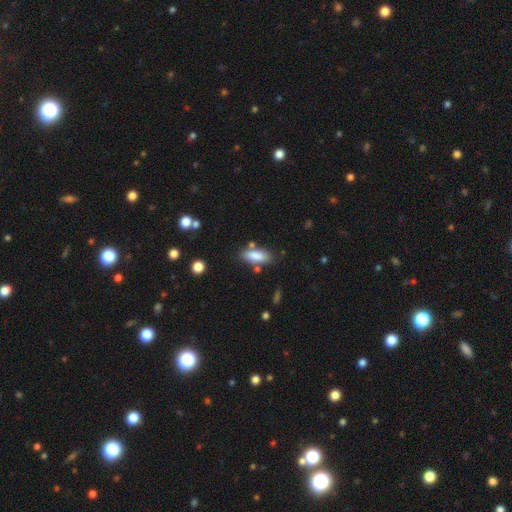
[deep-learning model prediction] This appears to be a smooth galaxy with no disk features (85%) that is in between round and cigar-shaped (75%). Merging: none (74%).